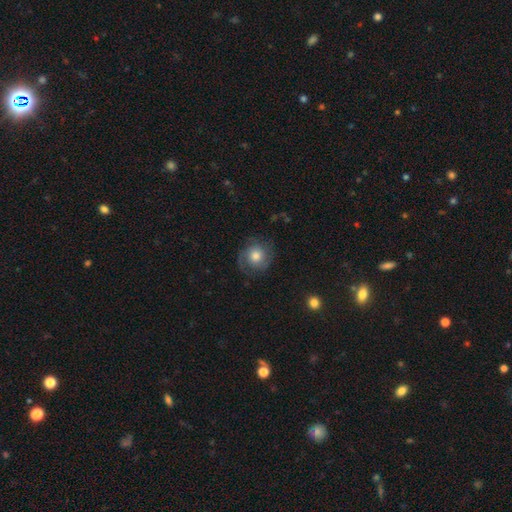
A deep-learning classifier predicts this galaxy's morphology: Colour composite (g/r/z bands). It shows a featured or disk galaxy (56%) with no bar (80%), spiral arms (89%) and a moderate central bulge (61%). Merging: none (75%).